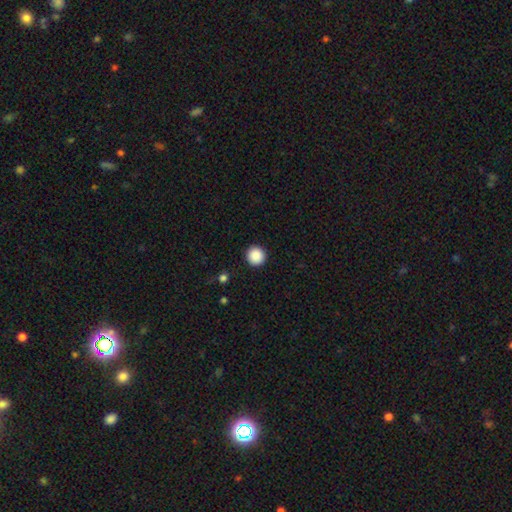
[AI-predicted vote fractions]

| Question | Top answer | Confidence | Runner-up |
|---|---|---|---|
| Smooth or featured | smooth | 89% | star or artifact (9%) |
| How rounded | round | 96% | in between (3%) |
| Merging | none | 93% | minor disturbance (4%) |